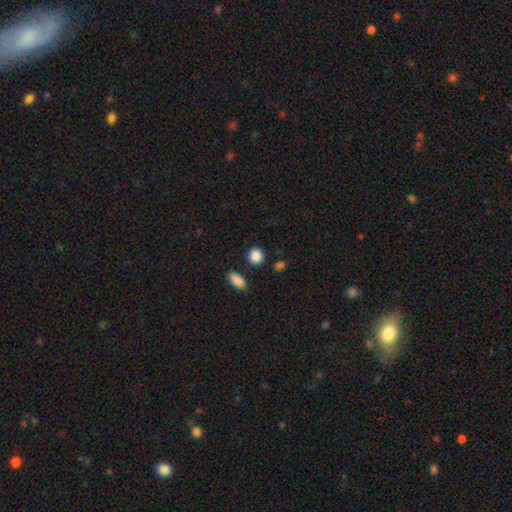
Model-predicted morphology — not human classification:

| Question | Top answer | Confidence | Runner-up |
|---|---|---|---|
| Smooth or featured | smooth | 87% | star or artifact (9%) |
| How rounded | round | 84% | in between (14%) |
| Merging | none | 87% | minor disturbance (7%) |